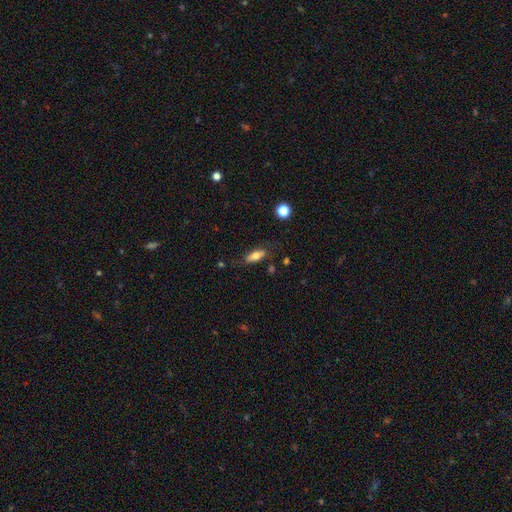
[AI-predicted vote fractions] Smooth or featured?
  - smooth: 68% *
  - featured or disk: 24%
  - star or artifact: 8%
How rounded?
  - in between: 72% *
  - cigar-shaped: 25%
  - round: 4%
Merging?
  - none: 70% *
  - minor disturbance: 21%
  - major disturbance: 6%
  - merger: 3%